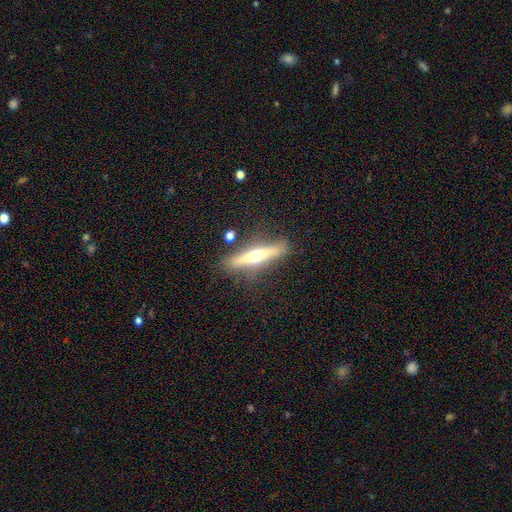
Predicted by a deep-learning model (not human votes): This is likely a featured or disk galaxy (67%). It is clearly viewed edge-on (94%). Edge-on bulge: clearly rounded (93%). Merging: clearly none (83%).